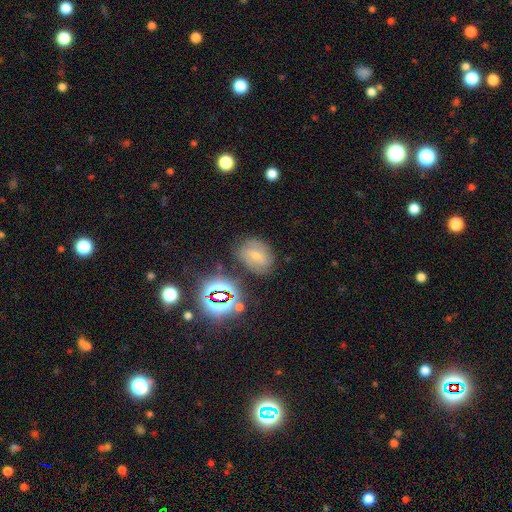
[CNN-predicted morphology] Smooth or featured? featured or disk (43%)
Merging? none (71%)